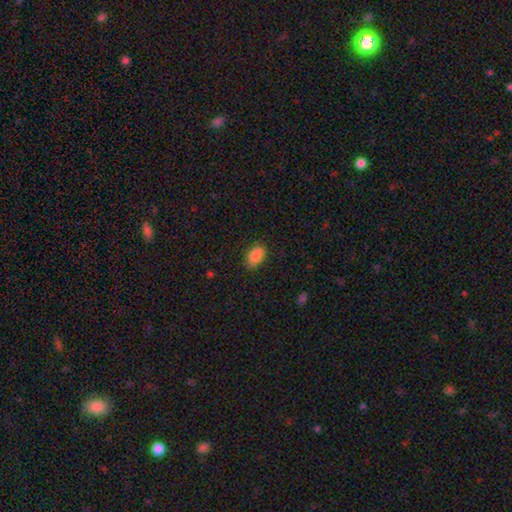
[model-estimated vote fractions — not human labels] Smooth or featured: smooth — 88% (star or artifact — 8%)
How rounded: in between — 91% (round — 7%)
Merging: none — 84% (minor disturbance — 12%)